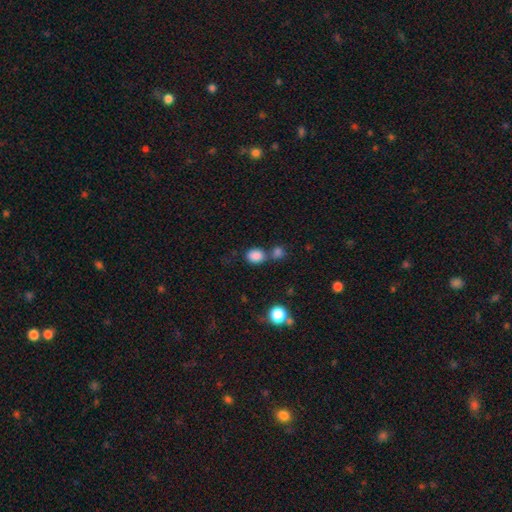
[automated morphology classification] smooth_or_featured: smooth (p=0.85) [alt: star or artifact p=0.11]
how_rounded: round (p=0.53) [alt: in between p=0.46]
merging: none (p=0.52) [alt: merger p=0.33]